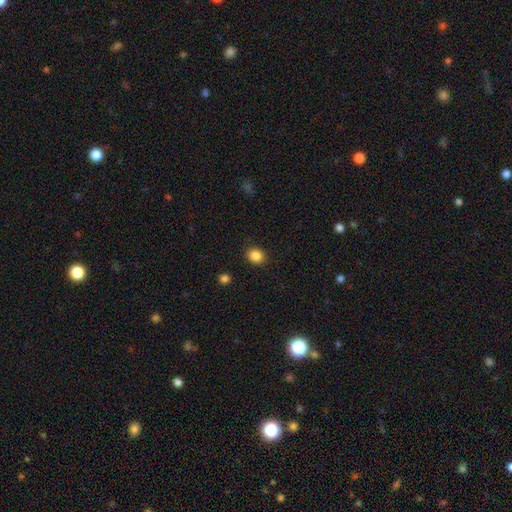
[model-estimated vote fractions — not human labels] smooth_or_featured: smooth (p=0.86) [alt: star or artifact p=0.10]
how_rounded: round (p=0.60) [alt: in between p=0.40]
merging: none (p=0.90) [alt: minor disturbance p=0.07]